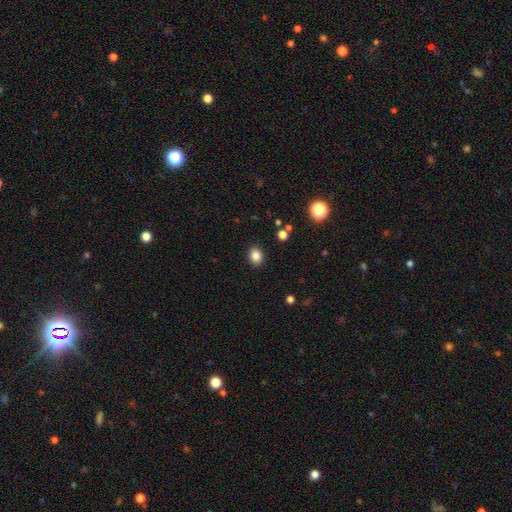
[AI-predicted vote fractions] The model was most divided on "how rounded": round: 52%, in between: 47%, cigar-shaped: 1%. More confident: merging — none (89%); smooth or featured — smooth (85%).